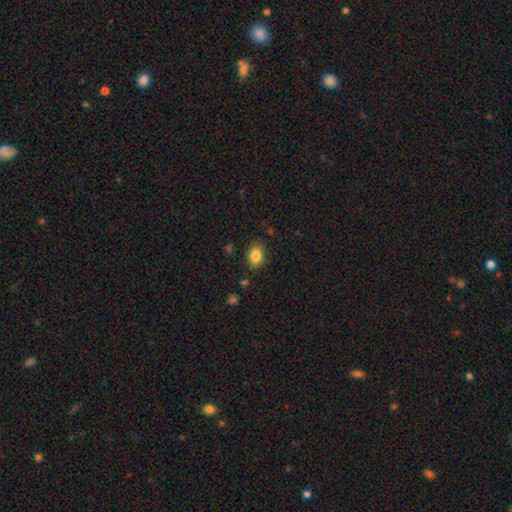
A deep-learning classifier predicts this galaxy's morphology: A smooth galaxy with no disk features (85%) that is in between round and cigar-shaped (73%).

Vote fractions:
- Smooth or featured? smooth: 85% / star or artifact: 9% / featured or disk: 6%
- How rounded? in between: 73% / round: 25% / cigar-shaped: 1%
- Merging? none: 84% / minor disturbance: 11% / major disturbance: 3% / merger: 2%